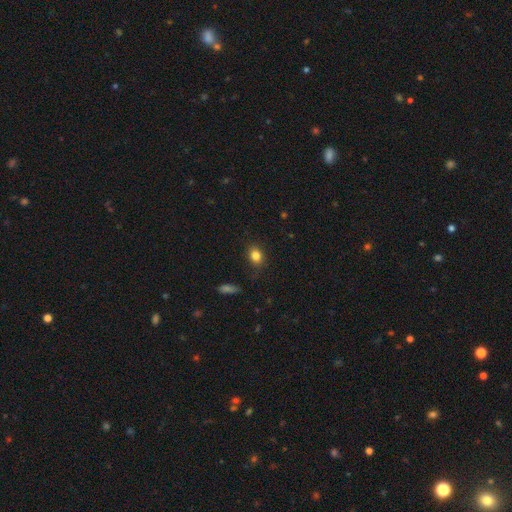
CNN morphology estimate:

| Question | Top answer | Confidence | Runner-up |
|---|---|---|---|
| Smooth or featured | smooth | 83% | star or artifact (11%) |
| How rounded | in between | 52% | round (47%) |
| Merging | none | 83% | minor disturbance (13%) |